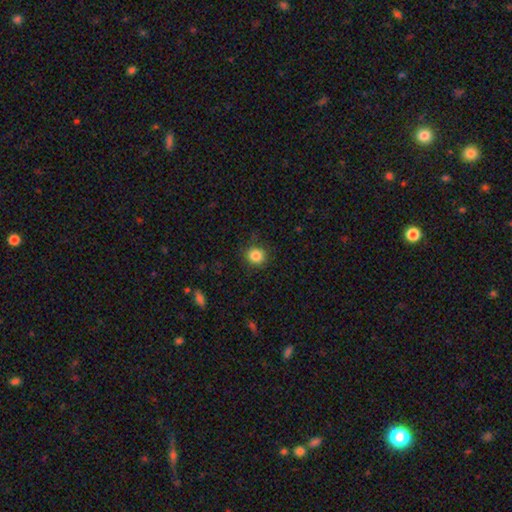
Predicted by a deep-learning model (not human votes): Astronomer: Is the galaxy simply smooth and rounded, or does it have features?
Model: smooth — 85%.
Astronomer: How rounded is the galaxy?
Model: round — 87%.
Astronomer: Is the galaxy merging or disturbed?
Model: none — 86%.